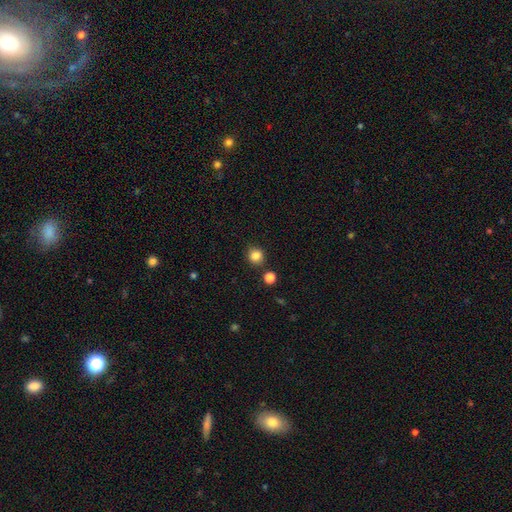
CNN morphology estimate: A smooth galaxy with no disk features (84%) that is round (88%). Merging: none (84%).